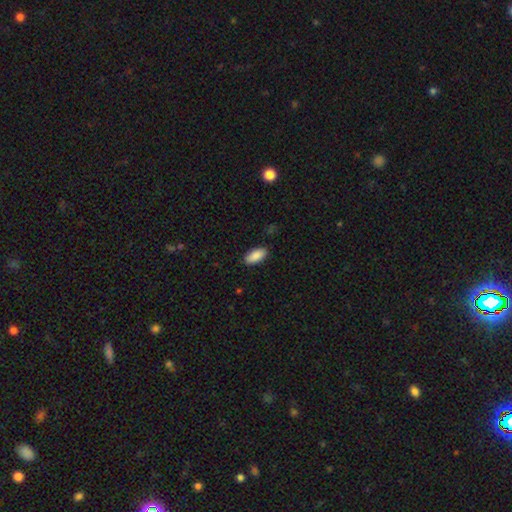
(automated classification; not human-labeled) Smooth or featured? smooth (89%)
How rounded? in between (90%)
Merging? none (88%)